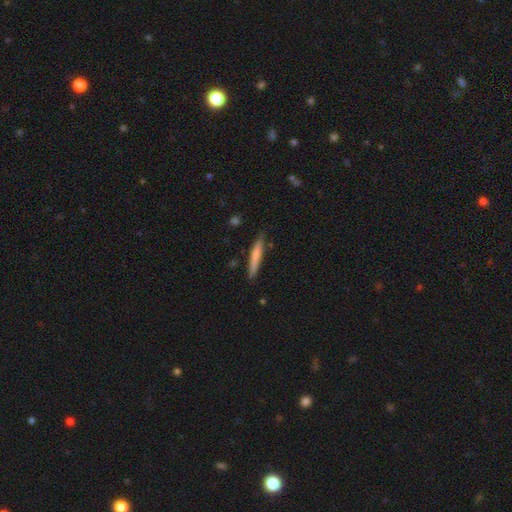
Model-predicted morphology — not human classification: This is likely a smooth galaxy (67%). How rounded: clearly cigar-shaped (94%). Merging: clearly none (82%).